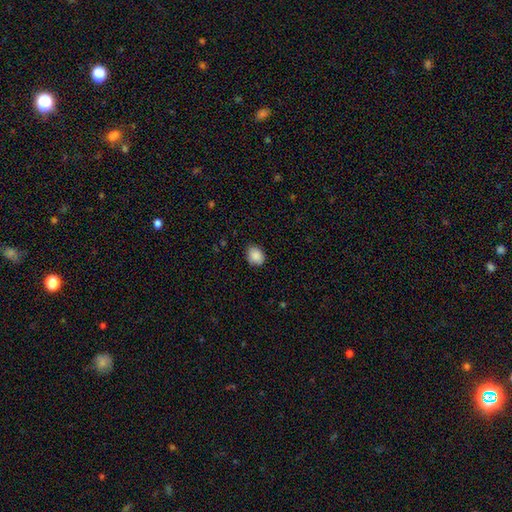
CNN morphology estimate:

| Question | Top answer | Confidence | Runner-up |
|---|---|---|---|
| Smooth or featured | smooth | 88% | star or artifact (8%) |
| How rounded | round | 50% | in between (49%) |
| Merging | none | 81% | minor disturbance (15%) |